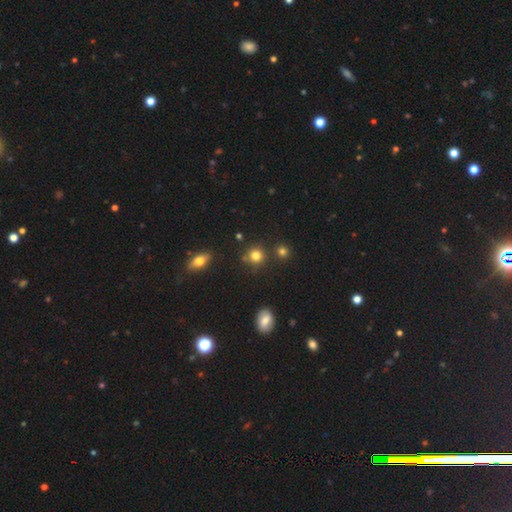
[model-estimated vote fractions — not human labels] Overall: smooth (78%). How rounded: round (89%). Merging: none (78%).